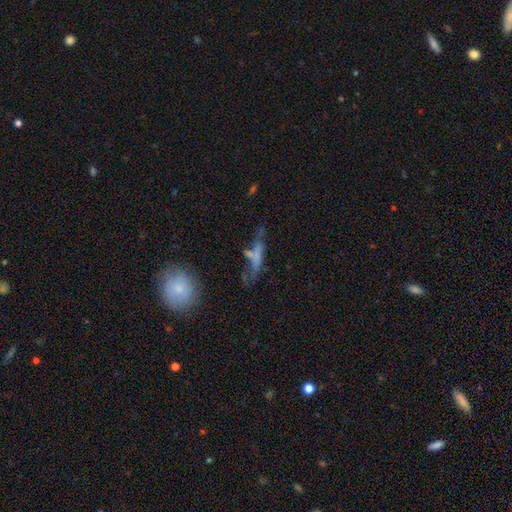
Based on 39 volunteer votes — Morphology: type=smooth (56%); roundness=cigar-shaped (91%); merging=none (43%).